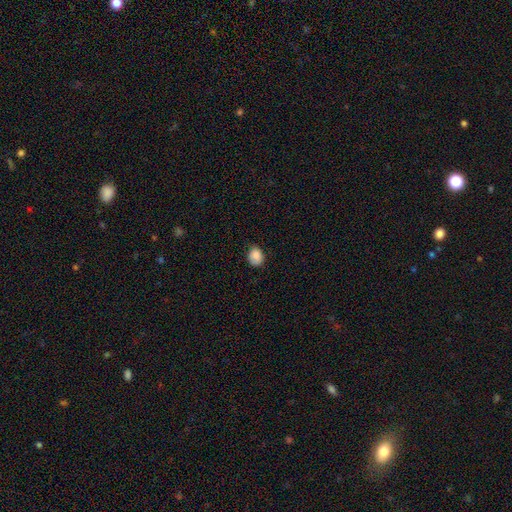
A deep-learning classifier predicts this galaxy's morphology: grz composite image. It shows a smooth galaxy with no disk features (86%) that is in between round and cigar-shaped (50%). Merging: none (74%).